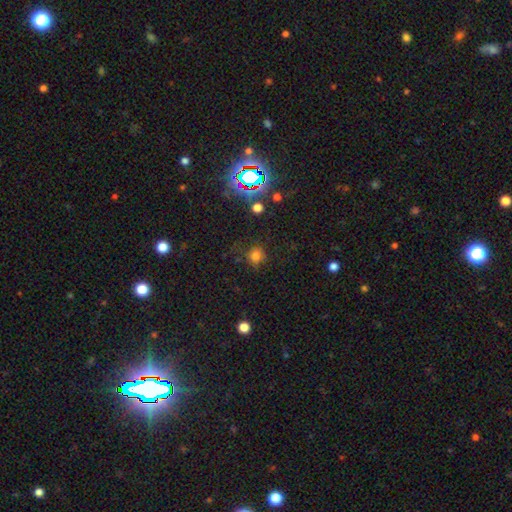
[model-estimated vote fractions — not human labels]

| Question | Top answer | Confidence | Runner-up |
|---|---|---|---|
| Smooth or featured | smooth | 71% | star or artifact (22%) |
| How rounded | round | 87% | in between (12%) |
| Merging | none | 77% | minor disturbance (14%) |